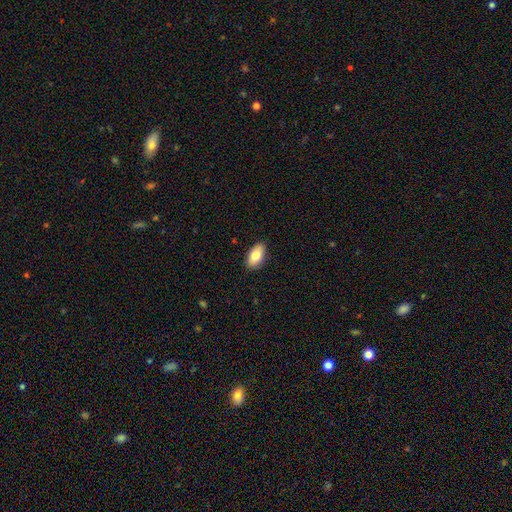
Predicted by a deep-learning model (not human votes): This appears to be a smooth galaxy with no disk features (79%) that is in between round and cigar-shaped (92%). Merging: none (88%).